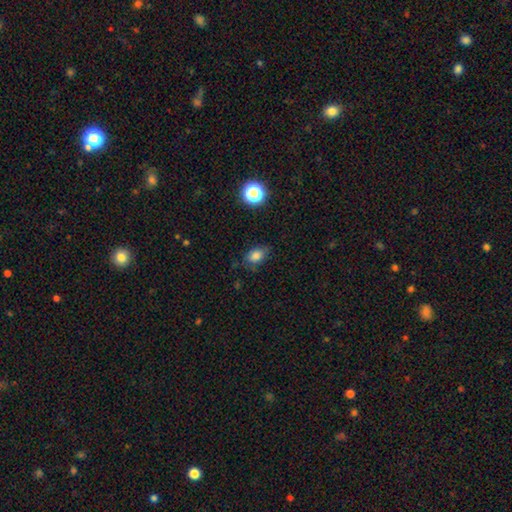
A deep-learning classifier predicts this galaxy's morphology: type=smooth (80%); roundness=in between (78%); merging=none (71%).